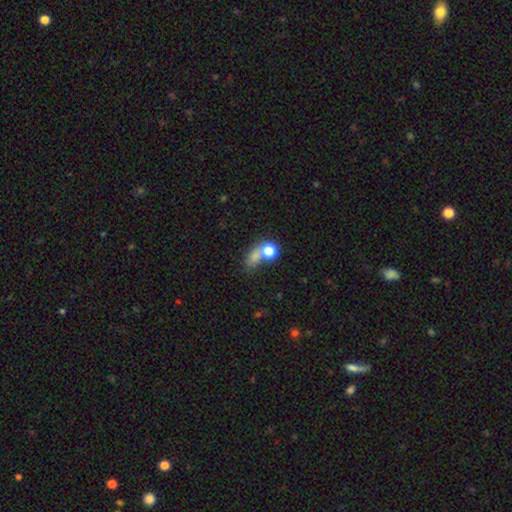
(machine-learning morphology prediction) smooth-or-featured: smooth: 70% | star or artifact: 18% | featured or disk: 11%
  how-rounded: round: 50% | in between: 44% | cigar-shaped: 6%
  merging: none: 40% | merger: 35% | major disturbance: 13% | minor disturbance: 12%